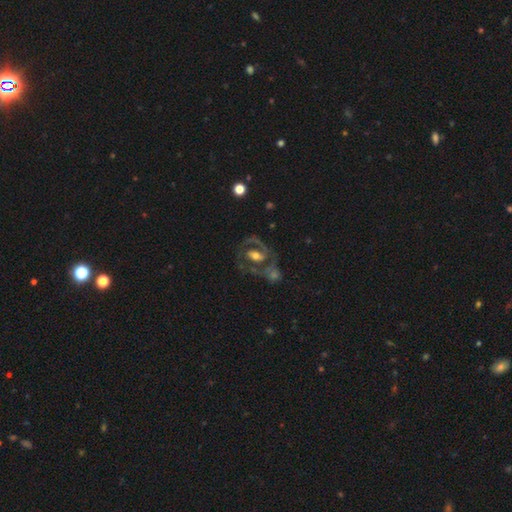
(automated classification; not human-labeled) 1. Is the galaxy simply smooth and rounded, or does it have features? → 75% featured or disk, 18% smooth, 7% star or artifact.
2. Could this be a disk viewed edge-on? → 96% no, 4% yes.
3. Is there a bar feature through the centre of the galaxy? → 43% no, 34% weak, 23% strong.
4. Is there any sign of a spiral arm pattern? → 74% yes, 26% no.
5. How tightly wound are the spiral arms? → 48% medium, 33% tight, 19% loose.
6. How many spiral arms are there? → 71% 2, 14% 1, 9% can't tell, 2% 3, 1% 4, 1% more than 4.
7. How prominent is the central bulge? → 65% moderate, 18% small, 14% large, 2% none, 2% dominant.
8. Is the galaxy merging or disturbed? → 48% none, 18% major disturbance, 17% merger, 17% minor disturbance.